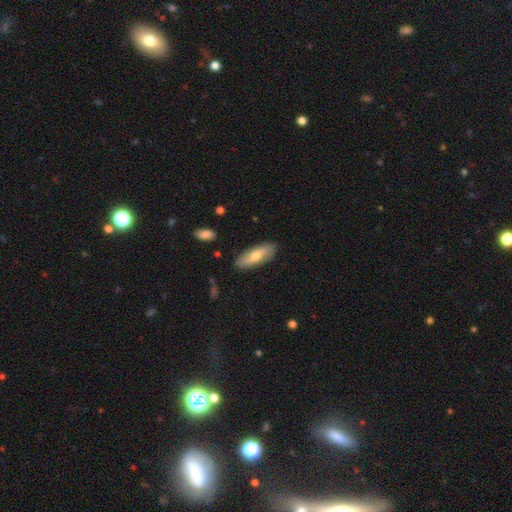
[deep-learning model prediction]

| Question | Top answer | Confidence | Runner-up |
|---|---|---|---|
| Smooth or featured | smooth | 63% | featured or disk (32%) |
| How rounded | in between | 66% | cigar-shaped (32%) |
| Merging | none | 86% | minor disturbance (11%) |